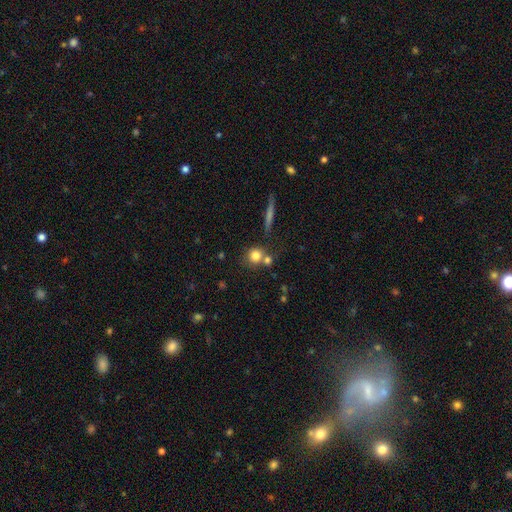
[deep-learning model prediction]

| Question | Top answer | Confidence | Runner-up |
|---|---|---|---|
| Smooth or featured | smooth | 79% | star or artifact (11%) |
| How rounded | round | 87% | in between (11%) |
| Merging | none | 60% | merger (27%) |